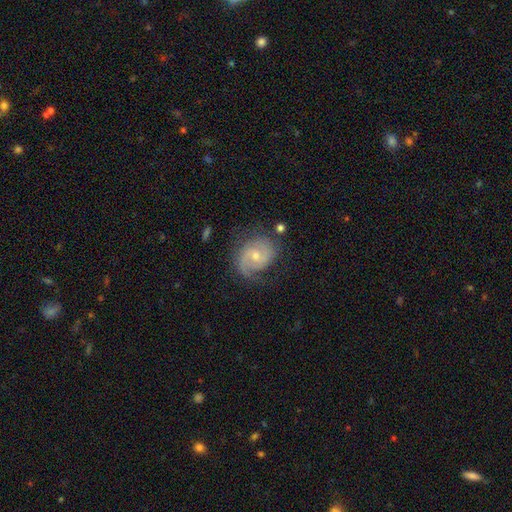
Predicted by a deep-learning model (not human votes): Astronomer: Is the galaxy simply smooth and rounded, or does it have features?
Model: featured or disk — 80%.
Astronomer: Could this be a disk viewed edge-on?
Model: no — 97%.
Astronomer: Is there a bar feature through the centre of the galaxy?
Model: no — 60%.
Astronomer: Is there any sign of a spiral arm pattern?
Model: yes — 94%.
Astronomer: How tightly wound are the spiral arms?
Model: medium — 42% (runner-up: tight, 39%).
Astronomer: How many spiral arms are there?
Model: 2 — 66%.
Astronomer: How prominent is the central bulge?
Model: small — 51% (runner-up: moderate, 45%).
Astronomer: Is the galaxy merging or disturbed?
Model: none — 68%.